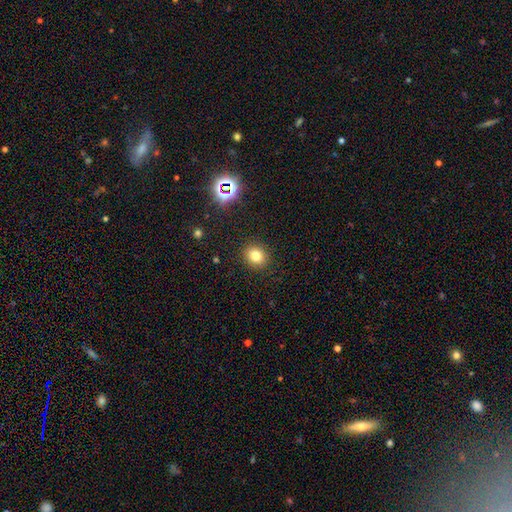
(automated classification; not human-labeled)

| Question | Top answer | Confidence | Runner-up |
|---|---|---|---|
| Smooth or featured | smooth | 79% | star or artifact (14%) |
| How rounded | round | 75% | in between (24%) |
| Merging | none | 90% | minor disturbance (7%) |